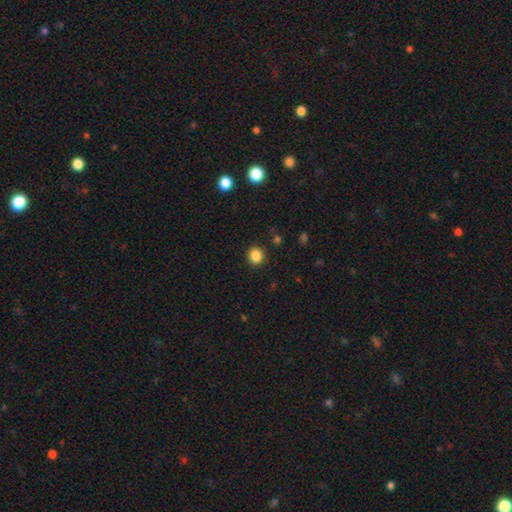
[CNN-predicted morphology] Overall: smooth (85%). How rounded: round (84%). Merging: none (91%).